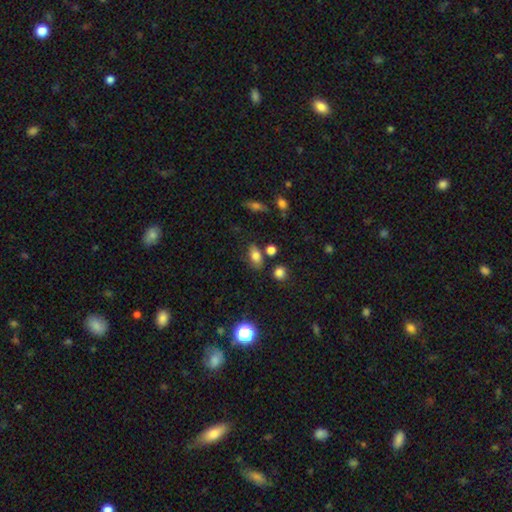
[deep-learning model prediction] This appears to be a smooth galaxy with no disk features (77%) that is in between round and cigar-shaped (85%). Merging: none (74%).